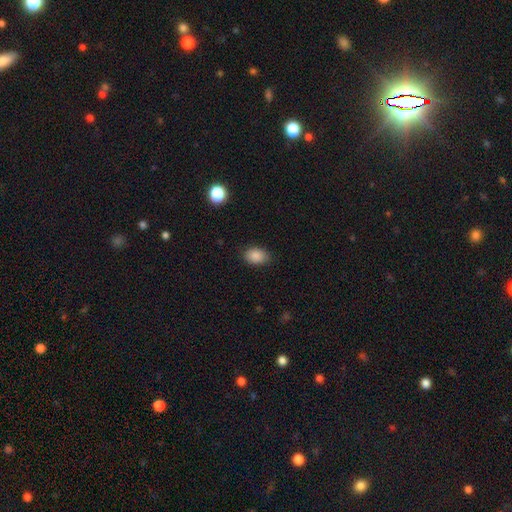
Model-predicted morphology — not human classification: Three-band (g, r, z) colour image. It shows a smooth galaxy with no disk features (87%) that is in between round and cigar-shaped (81%). Merging: none (83%).